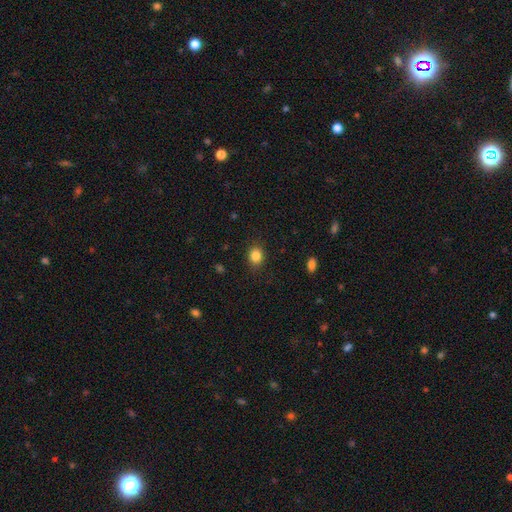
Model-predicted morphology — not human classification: smooth_or_featured: smooth (p=0.85) [alt: star or artifact p=0.11]
how_rounded: round (p=0.63) [alt: in between p=0.36]
merging: none (p=0.87) [alt: minor disturbance p=0.09]